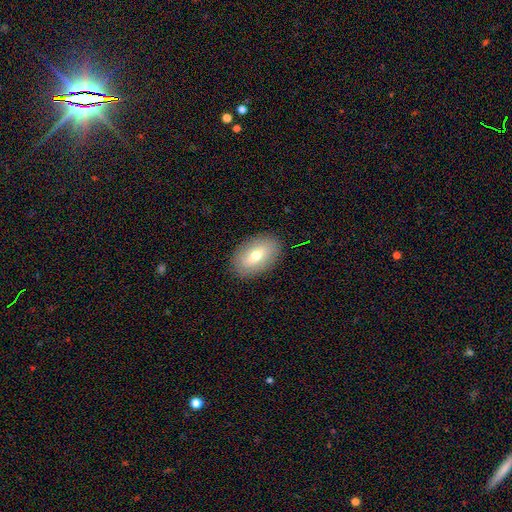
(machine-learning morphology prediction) Smooth or featured: smooth — 66% (featured or disk — 26%)
How rounded: in between — 90% (round — 8%)
Merging: none — 87% (minor disturbance — 9%)